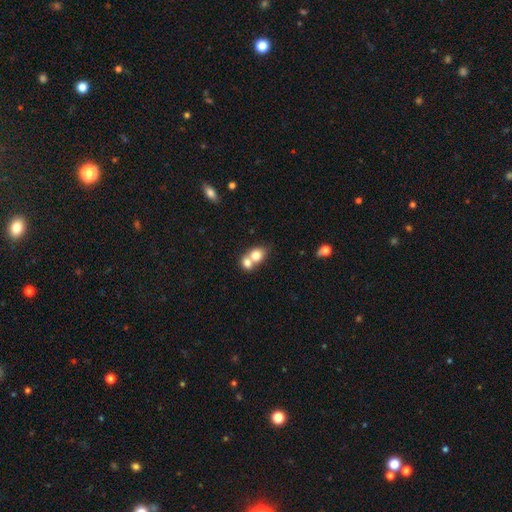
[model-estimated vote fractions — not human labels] Smooth or featured? Predicted: smooth (p=0.76). How rounded? Predicted: round (p=0.55). Merging? Predicted: merger (p=0.67).